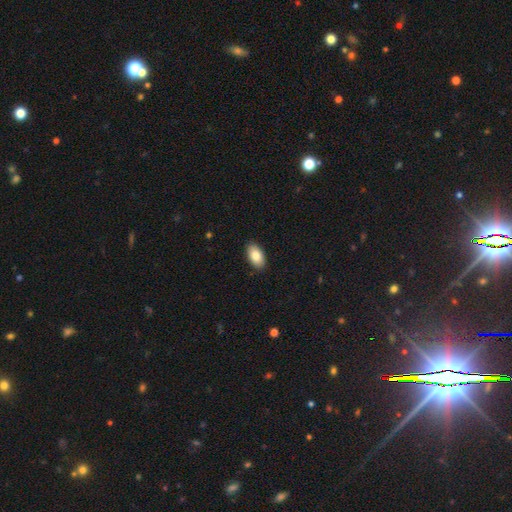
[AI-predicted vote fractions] This is clearly a smooth galaxy (83%). How rounded: clearly in between (94%). Merging: clearly none (89%).